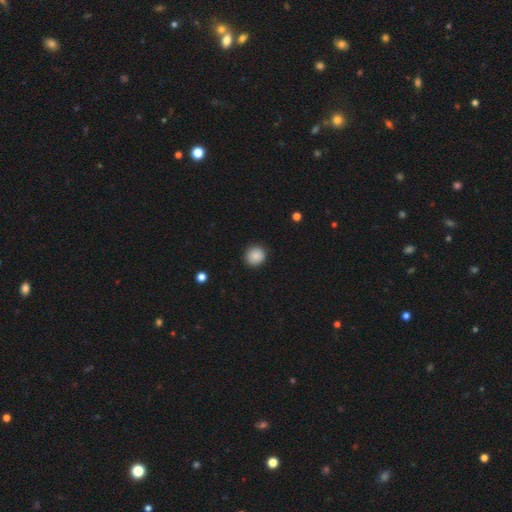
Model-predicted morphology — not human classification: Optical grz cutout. It shows a smooth galaxy with no disk features (86%) that is round (92%). Merging: none (90%).